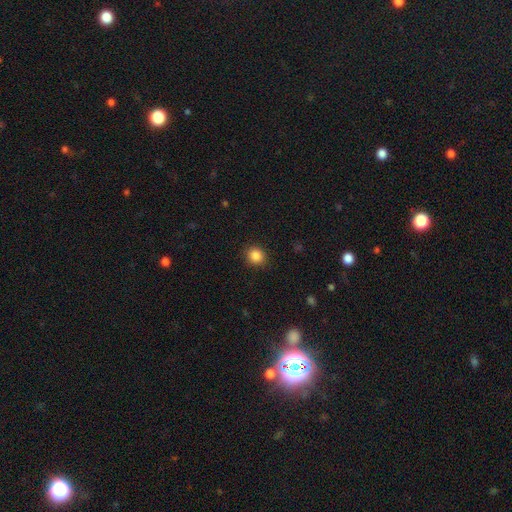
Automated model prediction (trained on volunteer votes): Q: Smooth or featured?
A: smooth (86%); runner-up: star or artifact (10%)
Q: How rounded?
A: round (84%); runner-up: in between (15%)
Q: Merging?
A: none (90%); runner-up: minor disturbance (7%)